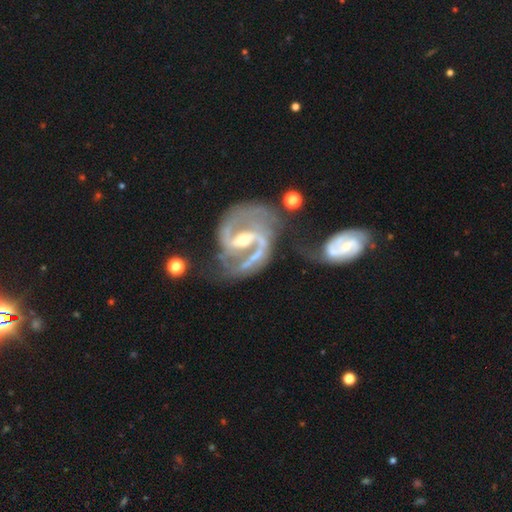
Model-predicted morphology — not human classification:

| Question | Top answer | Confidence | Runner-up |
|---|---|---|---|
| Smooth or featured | featured or disk | 93% | star or artifact (4%) |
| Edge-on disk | no | 98% | yes (2%) |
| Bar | strong | 59% | weak (29%) |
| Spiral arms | yes | 98% | no (2%) |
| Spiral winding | medium | 61% | loose (20%) |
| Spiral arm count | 2 | 91% | 3 (3%) |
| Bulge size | moderate | 53% | small (42%) |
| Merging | none | 43% | minor disturbance (21%) |